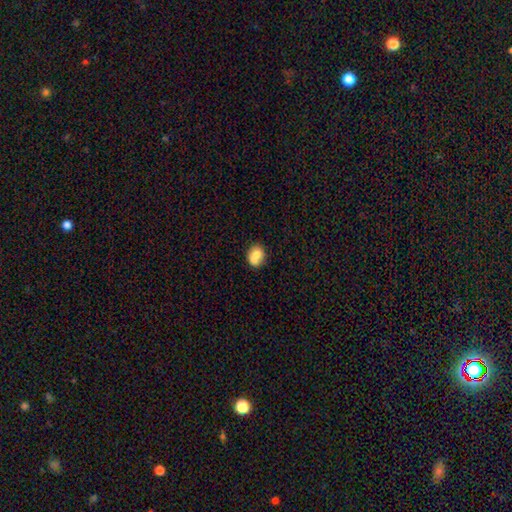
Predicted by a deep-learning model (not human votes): Smooth or featured: smooth — 72% (featured or disk — 19%)
How rounded: round — 61% (in between — 38%)
Merging: merger — 46% (none — 37%)